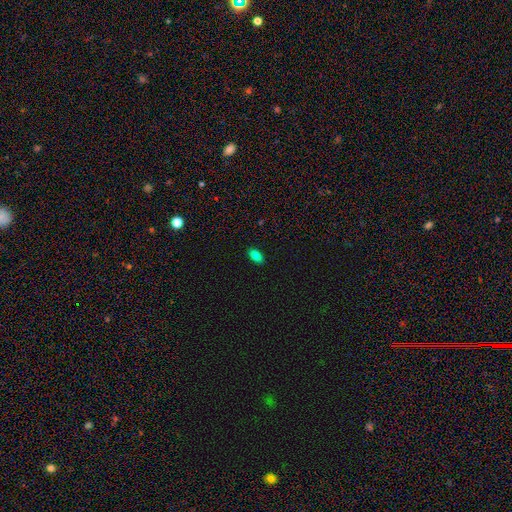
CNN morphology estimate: This is clearly a smooth galaxy (83%). How rounded: clearly in between (91%). Merging: clearly none (89%).